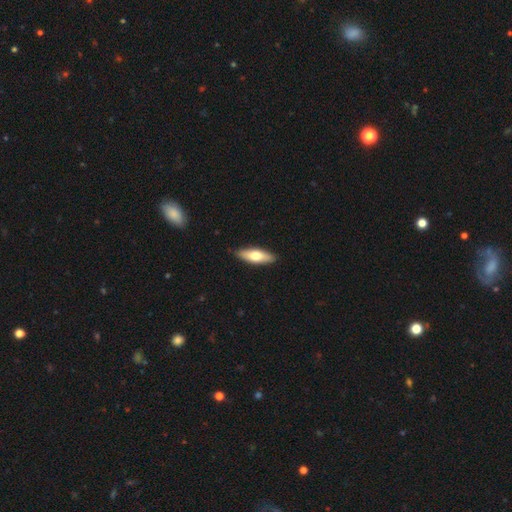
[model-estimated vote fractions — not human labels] smooth-or-featured: smooth: 64% | featured or disk: 31% | star or artifact: 5%
  how-rounded: in between: 54% | cigar-shaped: 44% | round: 2%
  merging: none: 88% | minor disturbance: 9% | major disturbance: 2% | merger: 1%